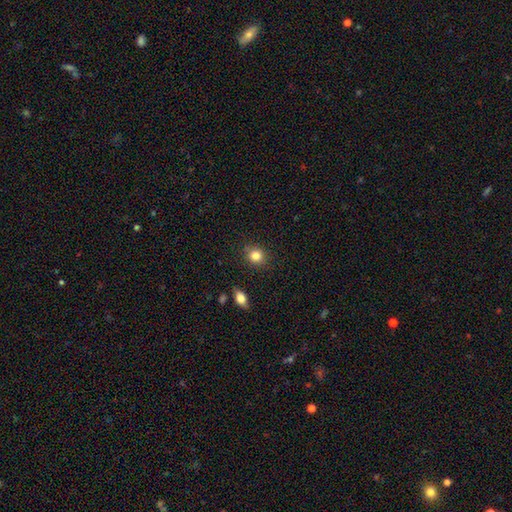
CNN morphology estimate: A smooth galaxy with no disk features (83%) that is round (81%). Merging: none (87%).